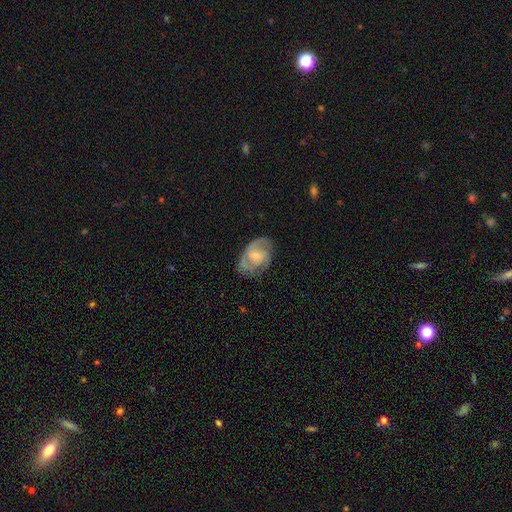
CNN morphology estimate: smooth-or-featured: featured or disk: 71% | smooth: 23% | star or artifact: 6%
  disk-edge-on: no: 97% | yes: 3%
    bar: no: 53% | weak: 40% | strong: 7%
    has-spiral-arms: yes: 89% | no: 11%
      spiral-winding: medium: 48% | tight: 33% | loose: 19%
      spiral-arm-count: 2: 49% | can't tell: 21% | 3: 19% | 1: 5% | 4: 4% | more than 4: 3%
    bulge-size: small: 55% | moderate: 38% | none: 4% | large: 2% | dominant: 1%
  merging: none: 61% | minor disturbance: 25% | major disturbance: 12% | merger: 1%